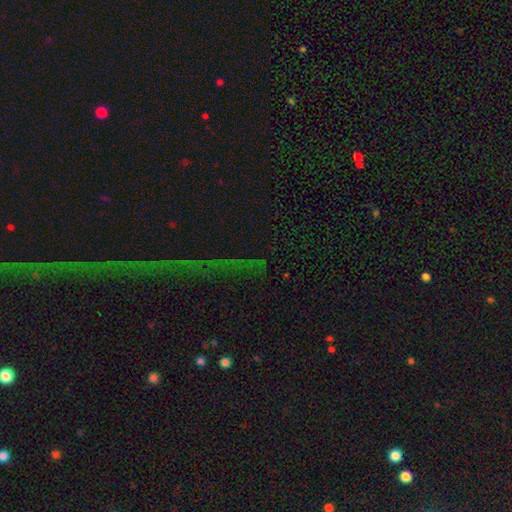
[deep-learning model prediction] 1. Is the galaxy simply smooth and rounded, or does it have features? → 74% star or artifact, 14% smooth, 12% featured or disk.